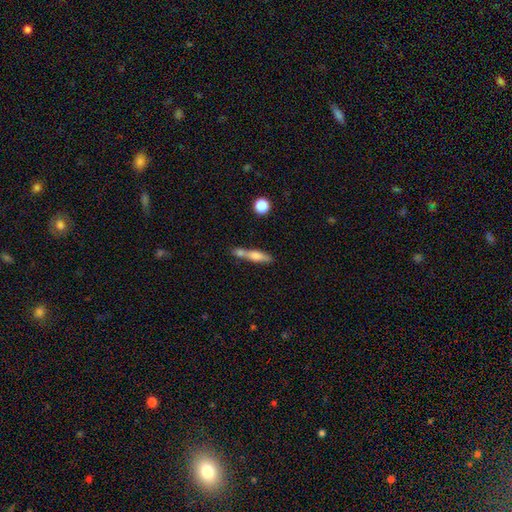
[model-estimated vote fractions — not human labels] Q: Smooth or featured?
A: smooth (64%); runner-up: featured or disk (29%)
Q: How rounded?
A: cigar-shaped (76%); runner-up: in between (21%)
Q: Merging?
A: none (44%); runner-up: merger (37%)